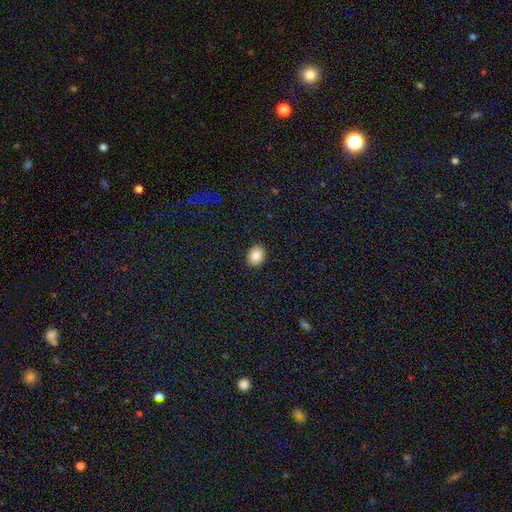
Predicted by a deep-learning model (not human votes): smooth-or-featured: smooth: 86% | star or artifact: 9% | featured or disk: 6%
  how-rounded: round: 52% | in between: 47% | cigar-shaped: 1%
  merging: none: 91% | minor disturbance: 6% | major disturbance: 2% | merger: 1%